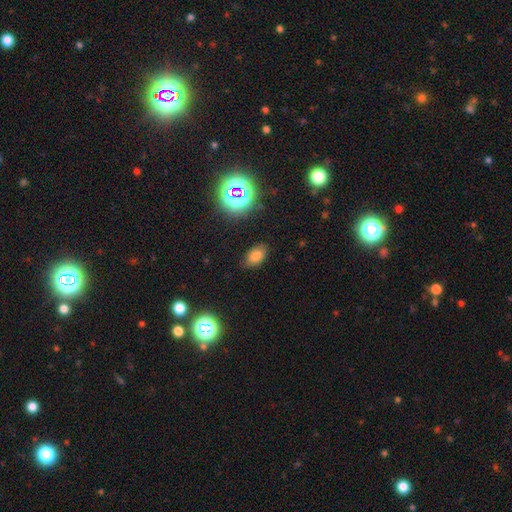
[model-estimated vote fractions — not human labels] Smooth or featured? Predicted: smooth (p=0.72). How rounded? Predicted: in between (p=0.88). Merging? Predicted: none (p=0.84).